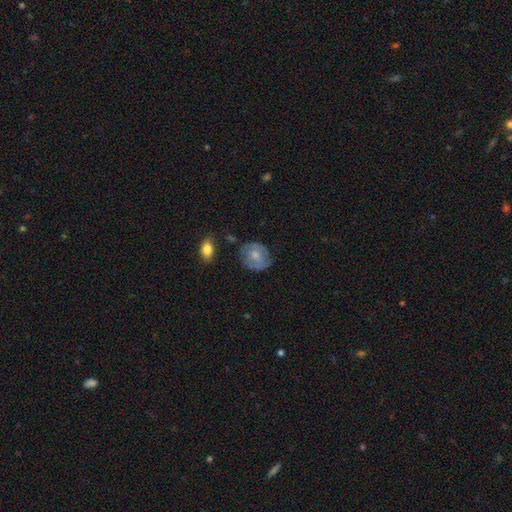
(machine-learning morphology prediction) Smooth or featured? Predicted: smooth (p=0.59). How rounded? Predicted: round (p=0.70). Merging? Predicted: none (p=0.67).